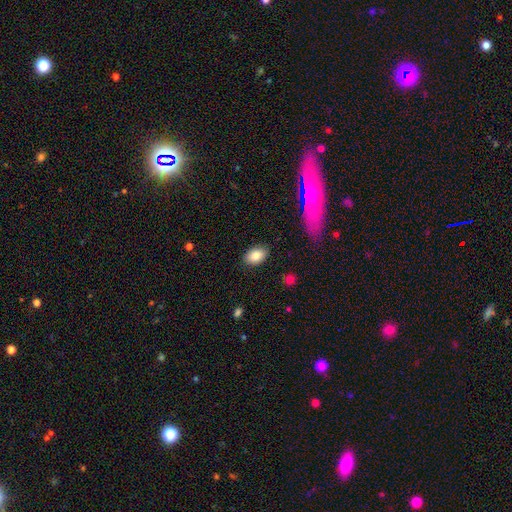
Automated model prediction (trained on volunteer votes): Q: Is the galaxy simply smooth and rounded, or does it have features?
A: smooth — 83%.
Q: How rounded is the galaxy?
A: in between — 88%.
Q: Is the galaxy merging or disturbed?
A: none — 86%.